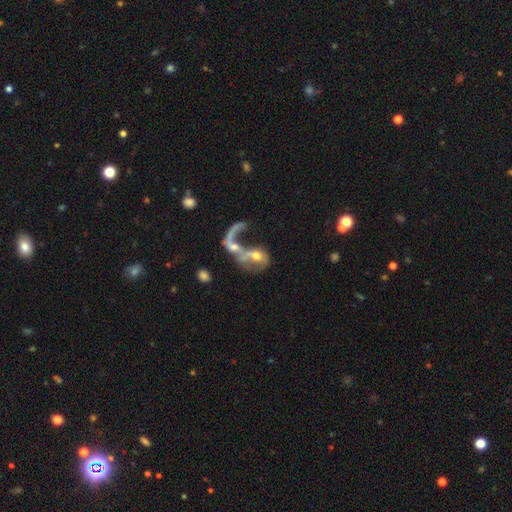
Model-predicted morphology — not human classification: smooth_or_featured: featured or disk (p=0.61) [alt: smooth p=0.29]
disk_edge_on: no (p=0.95) [alt: yes p=0.05]
bar: no (p=0.68) [alt: weak p=0.23]
has_spiral_arms: yes (p=0.51) [alt: no p=0.49]
bulge_size: moderate (p=0.48) [alt: small p=0.29]
merging: merger (p=0.62) [alt: major disturbance p=0.21]